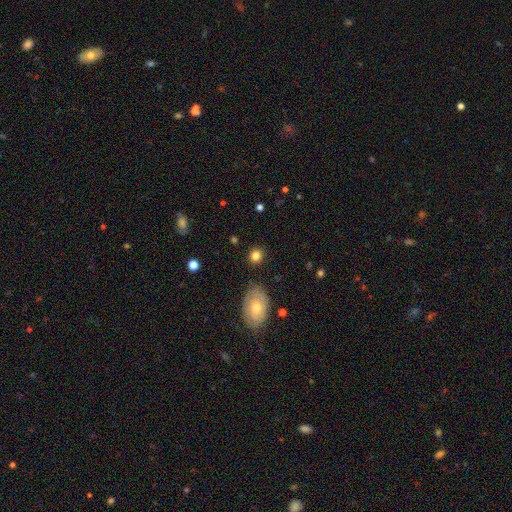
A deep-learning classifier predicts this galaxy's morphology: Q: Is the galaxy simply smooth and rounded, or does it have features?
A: smooth — 81%.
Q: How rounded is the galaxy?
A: round — 79%.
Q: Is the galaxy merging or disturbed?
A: none — 86%.